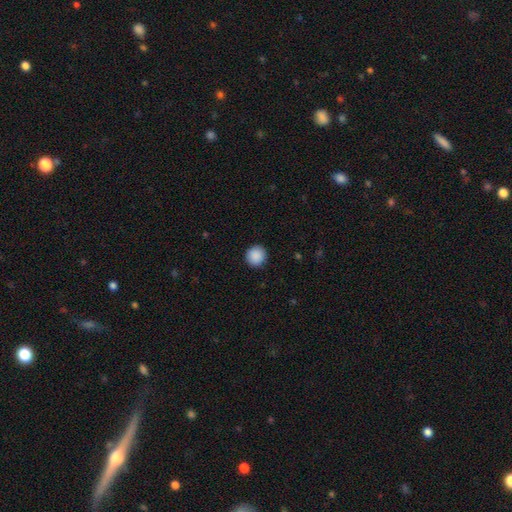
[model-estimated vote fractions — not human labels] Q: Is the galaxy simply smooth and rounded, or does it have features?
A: smooth — 90%.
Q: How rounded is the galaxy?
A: round — 93%.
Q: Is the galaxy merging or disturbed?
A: none — 92%.